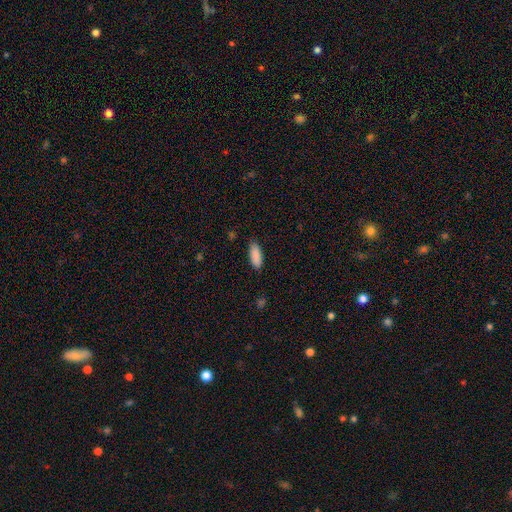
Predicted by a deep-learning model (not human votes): Q: Smooth or featured?
A: smooth (90%); runner-up: star or artifact (6%)
Q: How rounded?
A: in between (75%); runner-up: cigar-shaped (23%)
Q: Merging?
A: none (85%); runner-up: minor disturbance (12%)